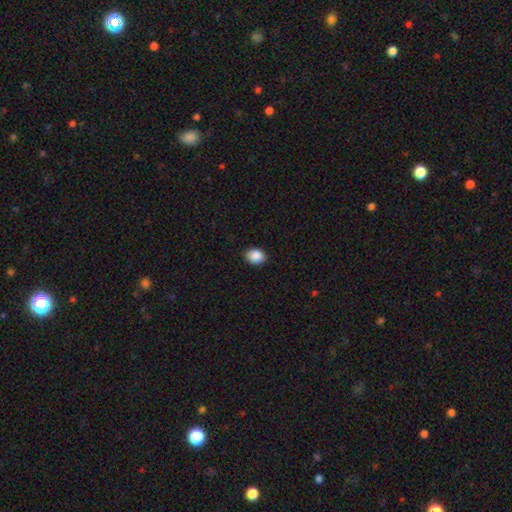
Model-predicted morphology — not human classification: Smooth or featured?
  - smooth: 89% *
  - star or artifact: 8%
  - featured or disk: 3%
How rounded?
  - in between: 59% *
  - round: 40%
  - cigar-shaped: 1%
Merging?
  - none: 88% *
  - minor disturbance: 9%
  - major disturbance: 2%
  - merger: 1%